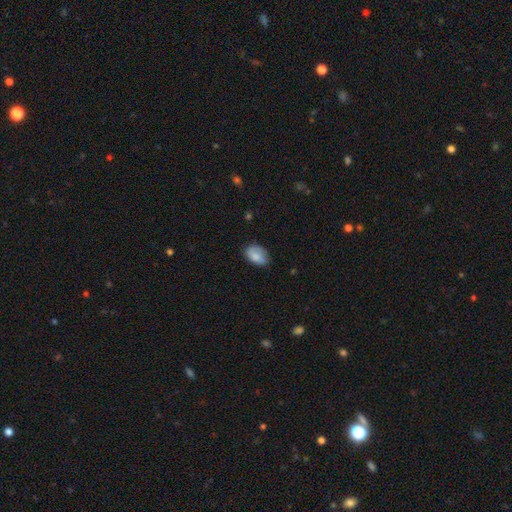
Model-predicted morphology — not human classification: Overall: smooth (81%). How rounded: in between (87%). Merging: none (65%; minor disturbance 27%).